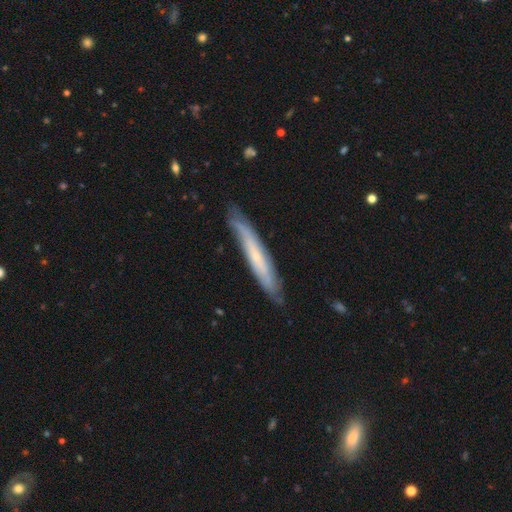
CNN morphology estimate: smooth-or-featured: featured or disk: 54% | smooth: 40% | star or artifact: 6%
  disk-edge-on: yes: 75% | no: 25%
  merging: none: 80% | minor disturbance: 16% | major disturbance: 3% | merger: 1%